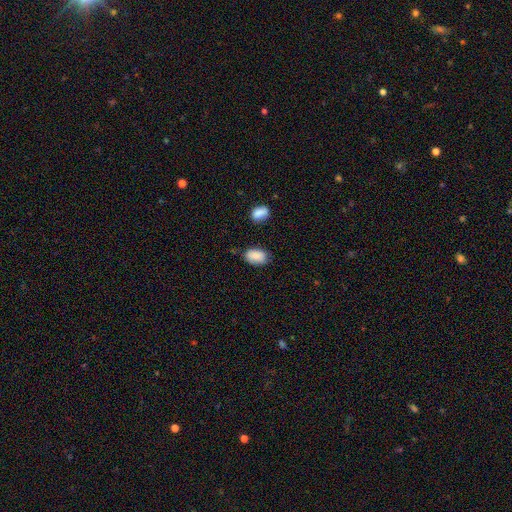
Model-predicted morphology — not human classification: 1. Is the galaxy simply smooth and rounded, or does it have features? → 87% smooth, 7% star or artifact, 6% featured or disk.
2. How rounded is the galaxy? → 89% in between, 9% round, 1% cigar-shaped.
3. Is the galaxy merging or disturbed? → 68% none, 24% minor disturbance, 4% major disturbance, 4% merger.